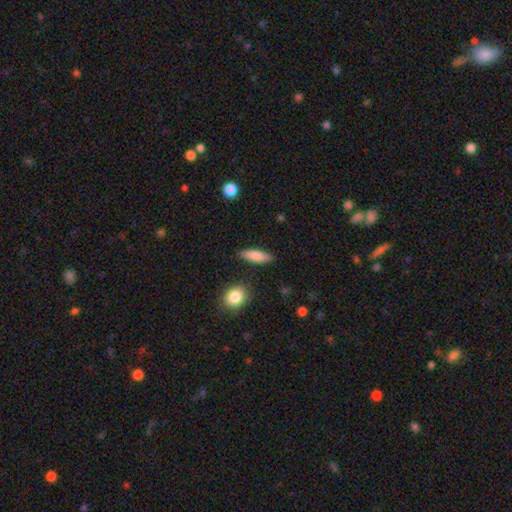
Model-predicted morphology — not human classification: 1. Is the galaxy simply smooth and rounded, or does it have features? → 80% smooth, 14% featured or disk, 6% star or artifact.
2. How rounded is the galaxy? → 52% cigar-shaped, 45% in between, 3% round.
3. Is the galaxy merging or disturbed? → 87% none, 8% minor disturbance, 2% merger, 2% major disturbance.